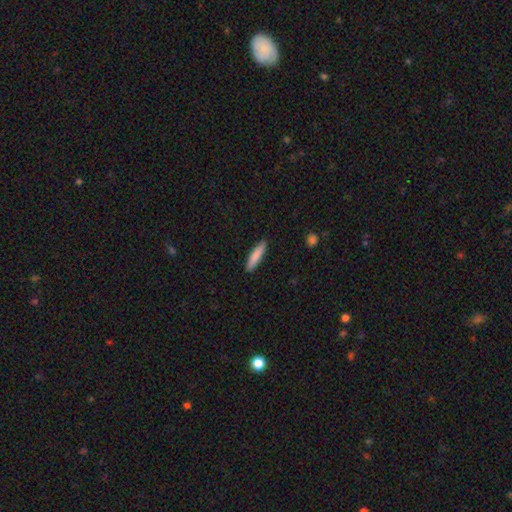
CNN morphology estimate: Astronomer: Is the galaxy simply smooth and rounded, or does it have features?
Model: smooth — 85%.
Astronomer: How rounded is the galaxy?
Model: cigar-shaped — 85%.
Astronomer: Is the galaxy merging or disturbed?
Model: none — 90%.